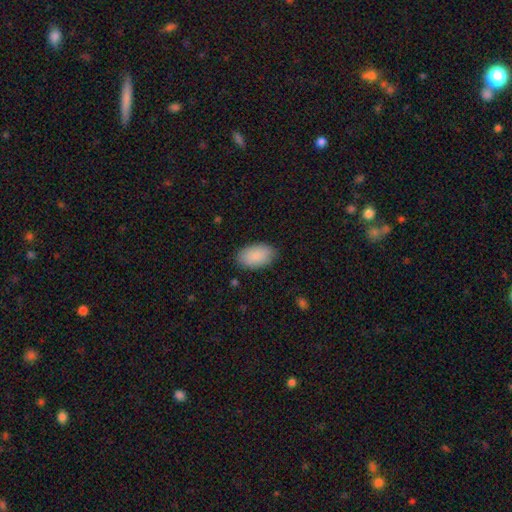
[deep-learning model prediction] This is clearly a smooth galaxy (89%). How rounded: clearly in between (94%). Merging: clearly none (86%).